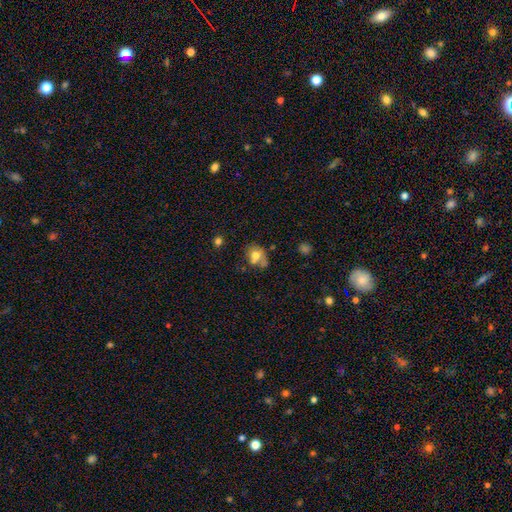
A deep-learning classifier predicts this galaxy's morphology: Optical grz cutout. It shows a smooth galaxy with no disk features (66%) that is round (54%). Merging: none (41%).